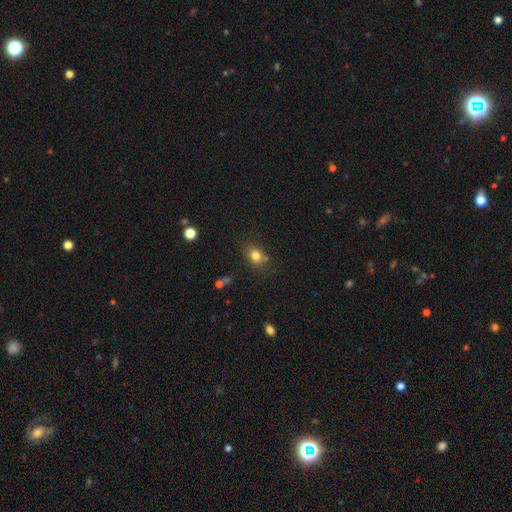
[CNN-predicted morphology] smooth 79%, star or artifact 12%, featured or disk 9%. Down the decision tree: how rounded — in between (58%); merging — none (68%).